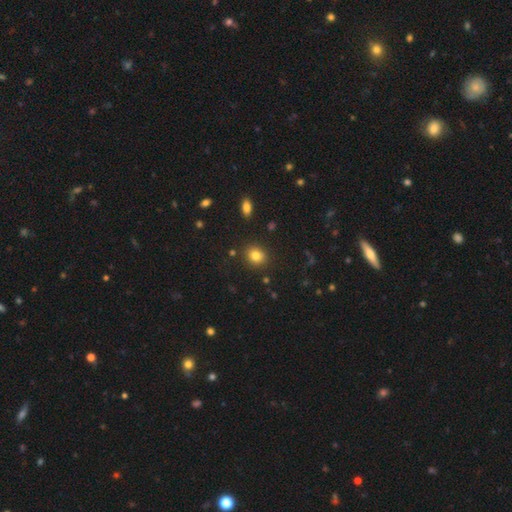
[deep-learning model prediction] Smooth or featured: smooth — 82% (star or artifact — 11%)
How rounded: round — 68% (in between — 31%)
Merging: none — 87% (minor disturbance — 8%)